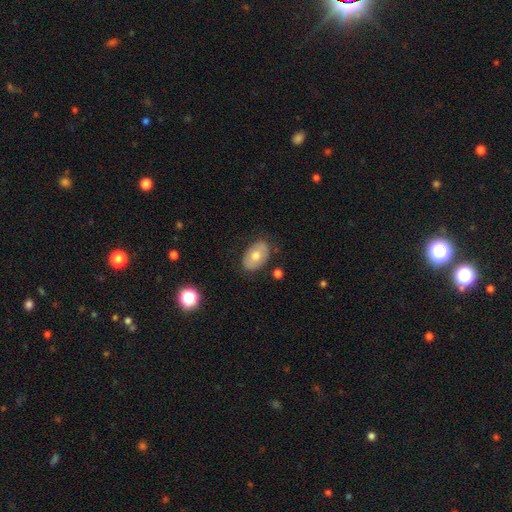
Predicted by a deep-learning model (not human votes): Morphology: type=smooth (63%); roundness=in between (85%); merging=none (82%).